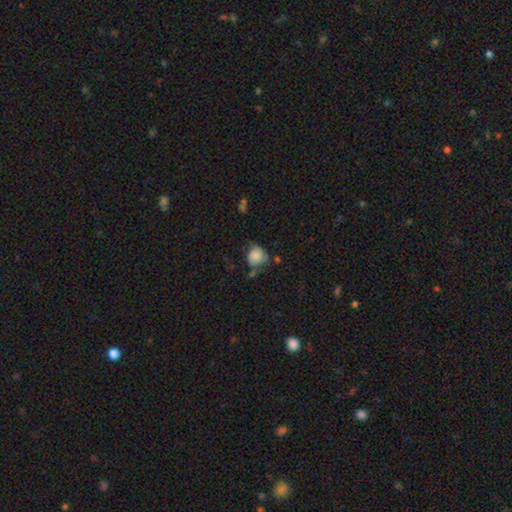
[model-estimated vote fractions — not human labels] Smooth or featured? Predicted: smooth (p=0.69). How rounded? Predicted: round (p=0.73). Merging? Predicted: none (p=0.43).